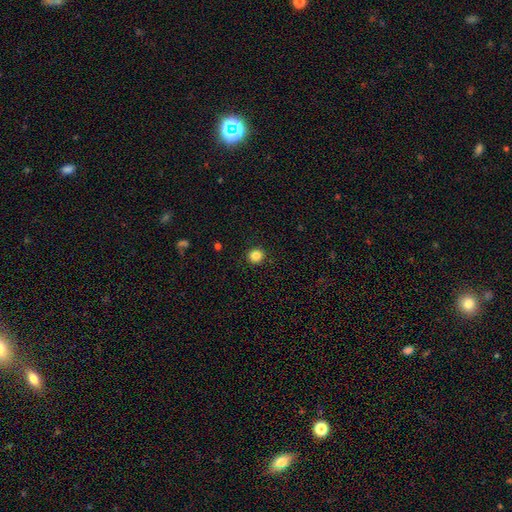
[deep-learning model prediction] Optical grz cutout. It shows a smooth galaxy with no disk features (85%) that is round (91%). Merging: none (92%).